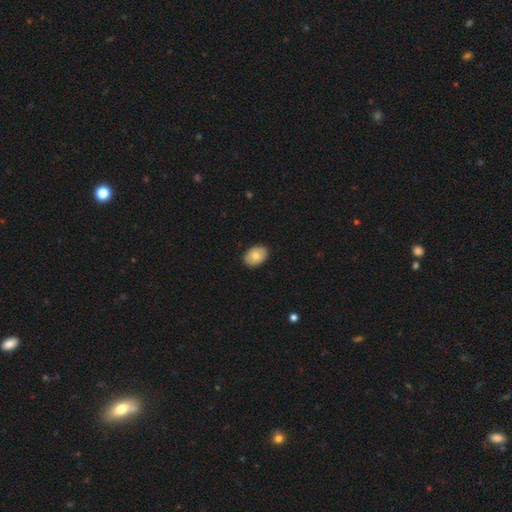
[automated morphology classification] Smooth or featured: smooth — 77% (featured or disk — 17%)
How rounded: in between — 81% (round — 18%)
Merging: none — 88% (minor disturbance — 9%)